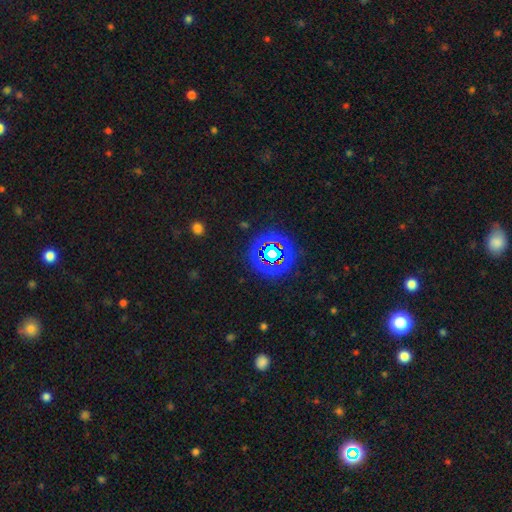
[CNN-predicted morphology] type=star or artifact (77%).